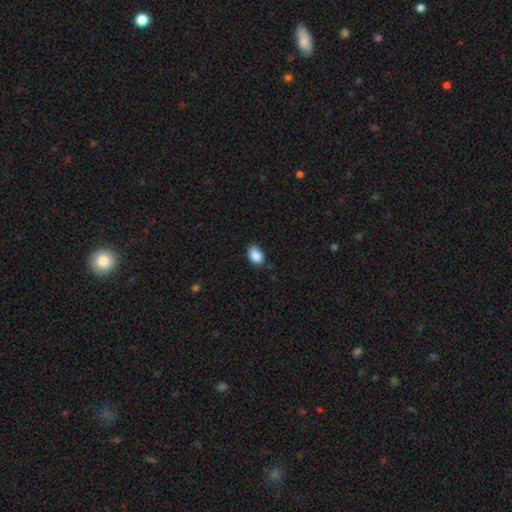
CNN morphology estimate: smooth_or_featured: smooth (p=0.88) [alt: star or artifact p=0.08]
how_rounded: in between (p=0.81) [alt: round p=0.18]
merging: none (p=0.78) [alt: minor disturbance p=0.18]